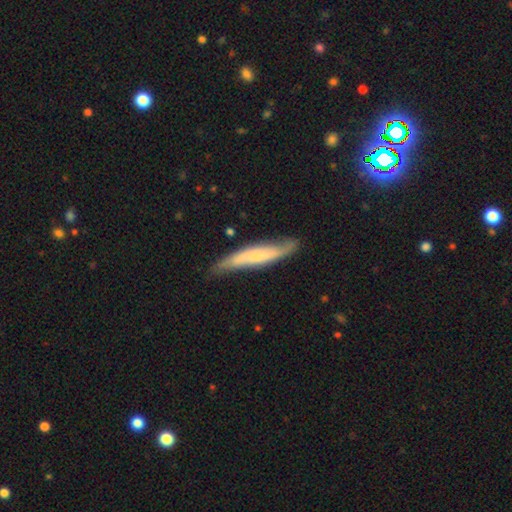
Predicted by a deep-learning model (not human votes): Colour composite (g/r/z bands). It shows a featured or disk galaxy (54%) viewed edge-on (51%). Merging: none (71%).